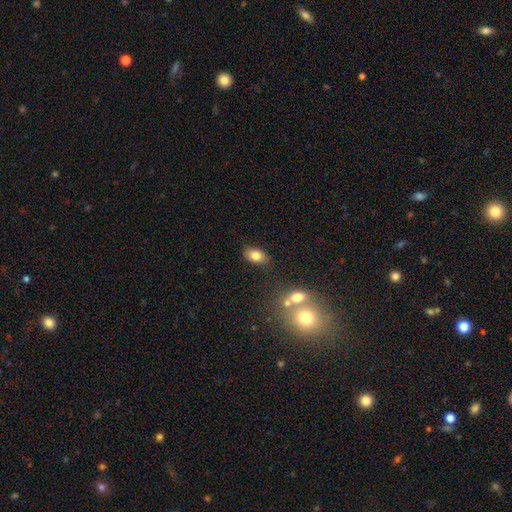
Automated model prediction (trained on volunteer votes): A smooth galaxy with no disk features (81%) that is in between round and cigar-shaped (87%). Merging: none (81%).